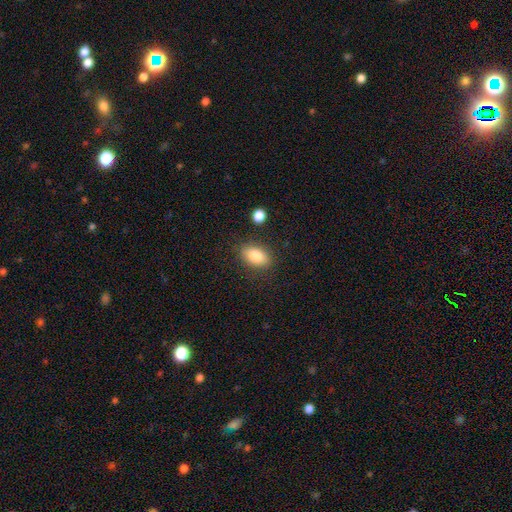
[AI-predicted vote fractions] Smooth or featured? smooth (83%)
How rounded? in between (88%)
Merging? none (83%)